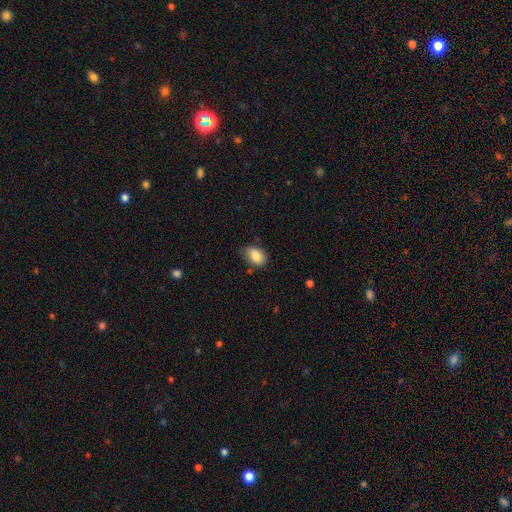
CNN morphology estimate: This is clearly a smooth galaxy (85%). How rounded: clearly in between (87%). Merging: likely none (69%).